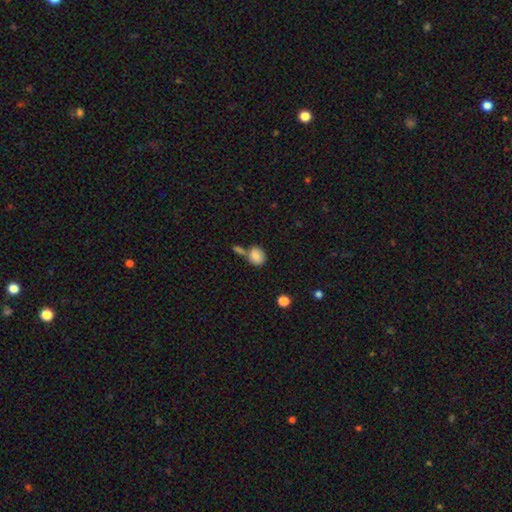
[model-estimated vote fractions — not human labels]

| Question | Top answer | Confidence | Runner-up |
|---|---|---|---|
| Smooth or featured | smooth | 85% | star or artifact (8%) |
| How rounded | round | 52% | in between (47%) |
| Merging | none | 45% | merger (36%) |